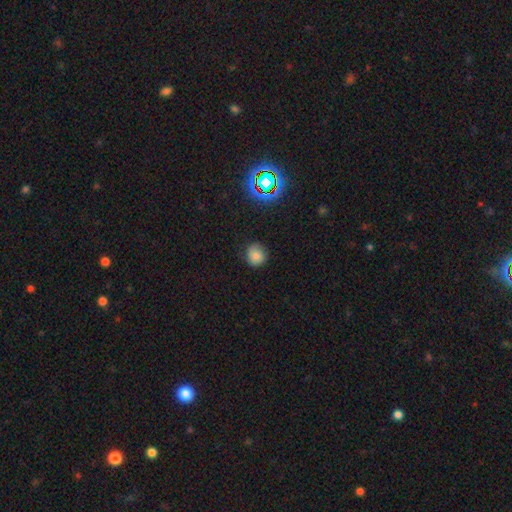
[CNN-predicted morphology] This is likely a smooth galaxy (77%). How rounded: clearly round (88%). Merging: likely none (80%).